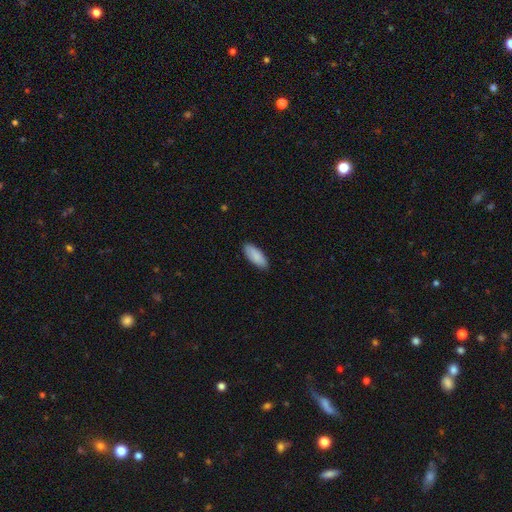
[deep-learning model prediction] Morphology: type=smooth (89%); roundness=in between (77%); merging=none (87%).